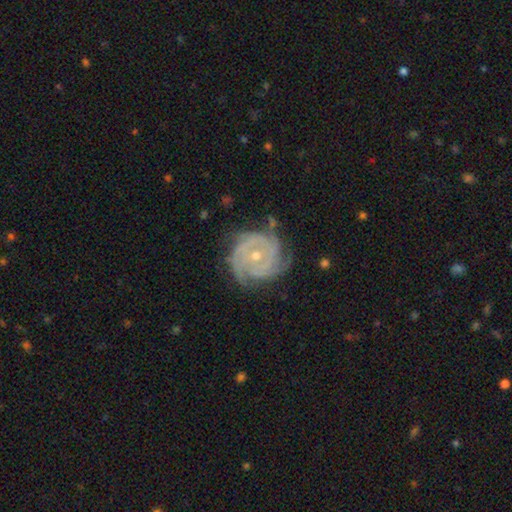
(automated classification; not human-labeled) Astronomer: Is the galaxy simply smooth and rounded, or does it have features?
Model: featured or disk — 88%.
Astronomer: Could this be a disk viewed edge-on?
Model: no — 98%.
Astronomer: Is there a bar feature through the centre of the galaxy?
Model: no — 74%.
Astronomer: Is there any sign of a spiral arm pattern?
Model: yes — 97%.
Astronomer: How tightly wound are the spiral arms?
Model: tight — 77%.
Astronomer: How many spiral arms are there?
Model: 3 — 37% (runner-up: can't tell, 19%).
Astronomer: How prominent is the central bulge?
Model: small — 54% (runner-up: moderate, 44%).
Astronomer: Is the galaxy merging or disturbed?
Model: none — 71%.